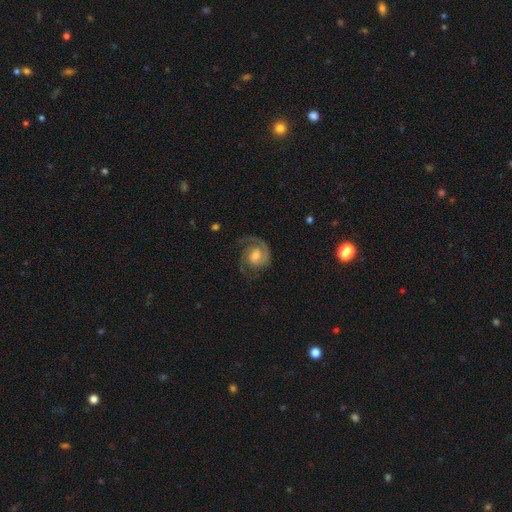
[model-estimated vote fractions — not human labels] Smooth or featured: featured or disk — 84% (smooth — 10%)
Edge-on disk: no — 98% (yes — 2%)
Bar: no — 61% (weak — 33%)
Spiral arms: yes — 97% (no — 3%)
Spiral winding: tight — 46% (medium — 42%)
Spiral arm count: 2 — 60% (1 — 24%)
Bulge size: moderate — 60% (small — 28%)
Merging: none — 69% (minor disturbance — 17%)